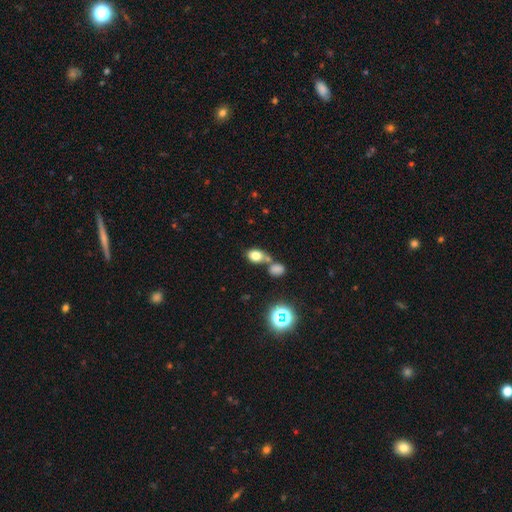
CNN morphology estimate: The model was most divided on "merging": none: 44%, merger: 40%, minor disturbance: 12%, major disturbance: 5%. More confident: smooth or featured — smooth (76%); how rounded — in between (71%).